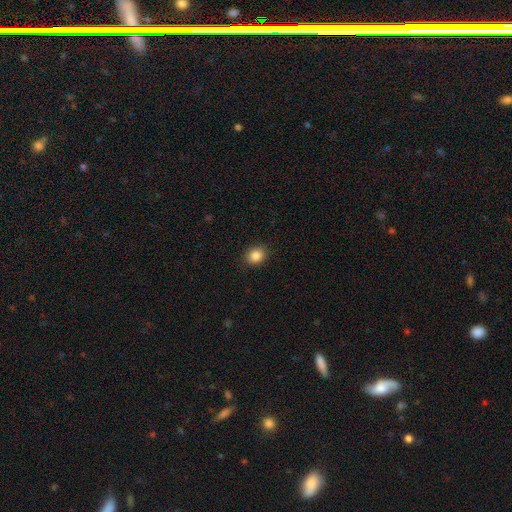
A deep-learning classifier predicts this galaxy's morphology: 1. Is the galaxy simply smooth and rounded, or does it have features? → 86% smooth, 10% star or artifact, 4% featured or disk.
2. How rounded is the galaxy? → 66% round, 33% in between, 1% cigar-shaped.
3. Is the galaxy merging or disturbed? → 90% none, 7% minor disturbance, 2% major disturbance, 1% merger.